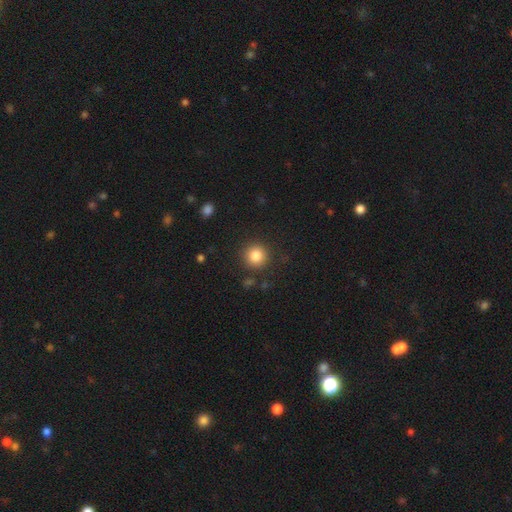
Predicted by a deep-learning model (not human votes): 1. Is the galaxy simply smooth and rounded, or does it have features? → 84% smooth, 10% star or artifact, 5% featured or disk.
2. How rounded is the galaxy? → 94% round, 5% in between, 1% cigar-shaped.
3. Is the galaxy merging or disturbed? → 88% none, 7% minor disturbance, 3% major disturbance, 2% merger.